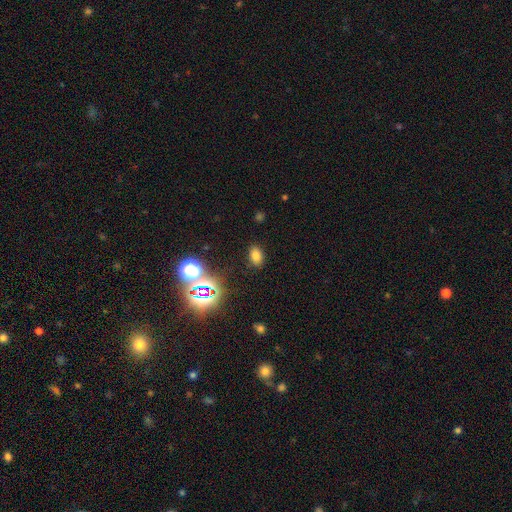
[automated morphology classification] A smooth galaxy with no disk features (71%) that is in between round and cigar-shaped (84%).

Vote fractions:
- Smooth or featured? smooth: 71% / star or artifact: 22% / featured or disk: 6%
- How rounded? in between: 84% / round: 15% / cigar-shaped: 2%
- Merging? none: 85% / minor disturbance: 9% / major disturbance: 3% / merger: 2%